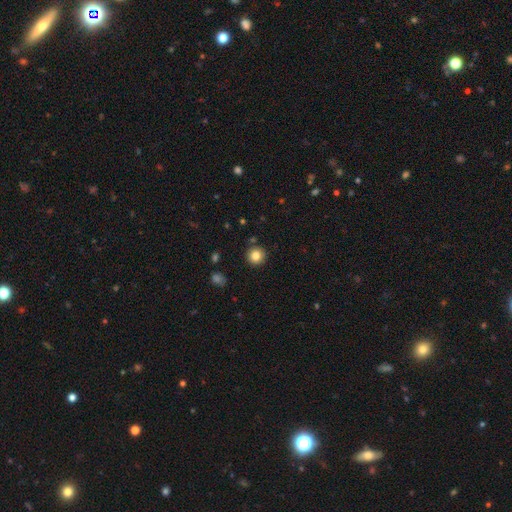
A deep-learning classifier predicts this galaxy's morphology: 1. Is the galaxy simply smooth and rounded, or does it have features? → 83% smooth, 11% star or artifact, 6% featured or disk.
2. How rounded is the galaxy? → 94% round, 5% in between, 1% cigar-shaped.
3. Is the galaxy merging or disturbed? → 90% none, 6% minor disturbance, 2% merger, 2% major disturbance.